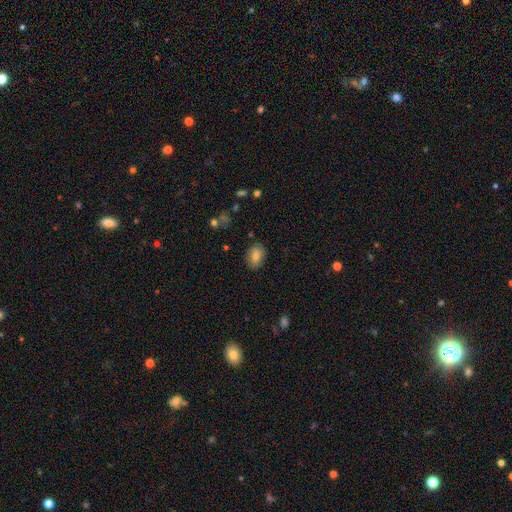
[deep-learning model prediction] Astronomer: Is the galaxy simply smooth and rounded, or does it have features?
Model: smooth — 77%.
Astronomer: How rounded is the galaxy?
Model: in between — 81%.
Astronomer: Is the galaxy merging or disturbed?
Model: none — 84%.